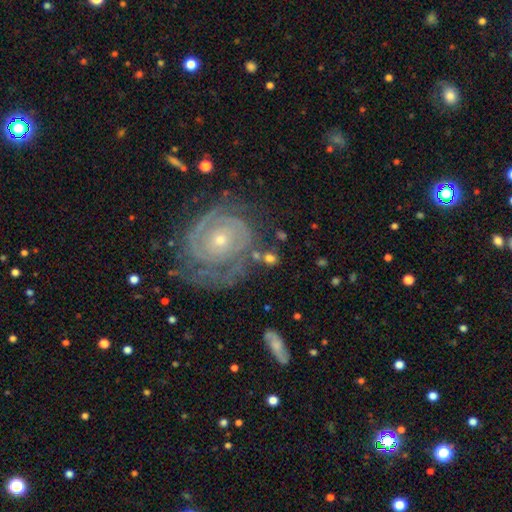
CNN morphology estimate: This is clearly a featured or disk galaxy (86%). It is clearly not viewed edge-on (97%). Bar: likely no (79%). Spiral arm pattern: clearly yes (94%). Spiral arm count: marginally 2 (42%). Spiral winding: likely tight (79%). Central bulge: likely small (64%). Merging: likely none (64%).